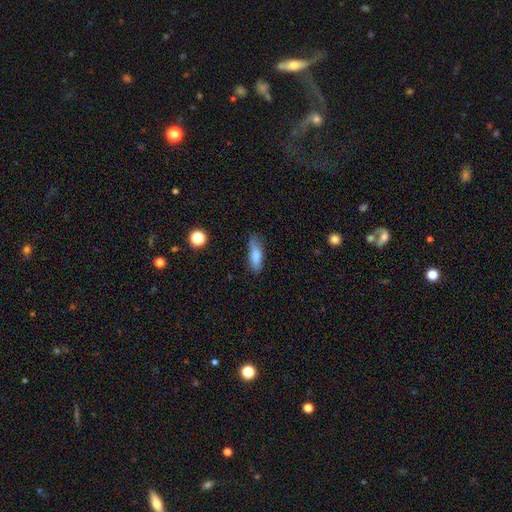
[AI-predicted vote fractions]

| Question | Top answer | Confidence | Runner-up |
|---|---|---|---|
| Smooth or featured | smooth | 77% | featured or disk (16%) |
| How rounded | in between | 51% | cigar-shaped (47%) |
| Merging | none | 74% | minor disturbance (20%) |